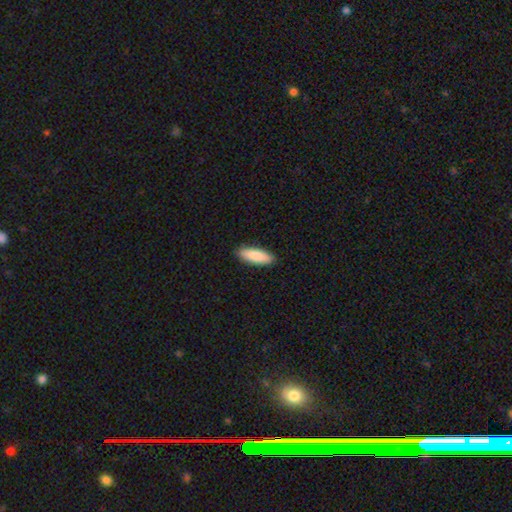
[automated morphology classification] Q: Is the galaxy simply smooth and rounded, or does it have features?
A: smooth — 87%.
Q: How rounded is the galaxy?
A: in between — 57%.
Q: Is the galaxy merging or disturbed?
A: none — 90%.